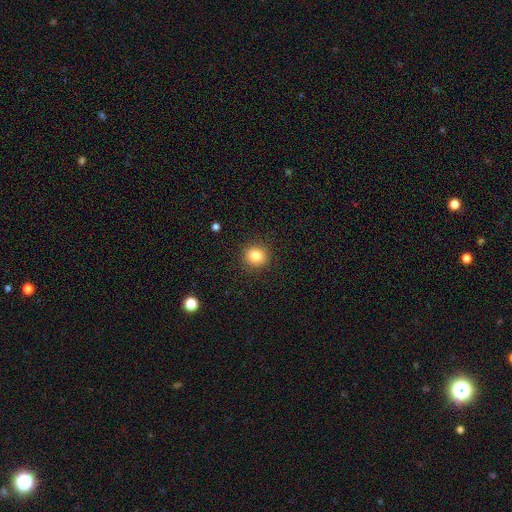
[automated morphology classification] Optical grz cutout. It shows a smooth galaxy with no disk features (84%) that is round (85%). Merging: none (90%).